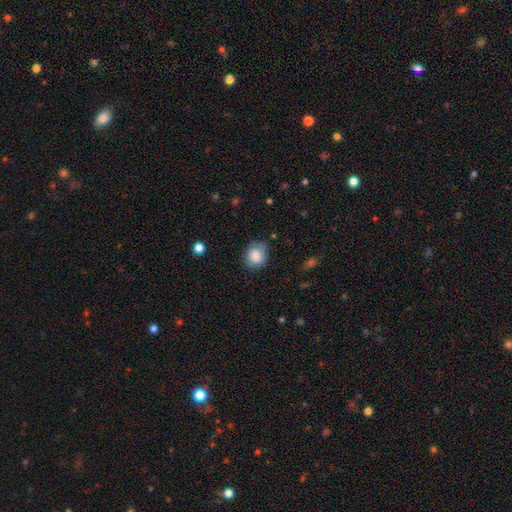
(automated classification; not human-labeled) This appears to be a smooth galaxy with no disk features (81%) that is round (68%). Merging: none (67%).